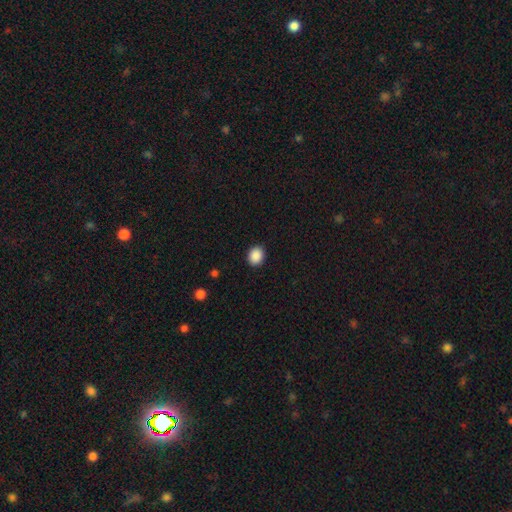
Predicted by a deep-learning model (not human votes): smooth 89%, star or artifact 9%, featured or disk 2%. Down the decision tree: how rounded — round (58%); merging — none (91%).